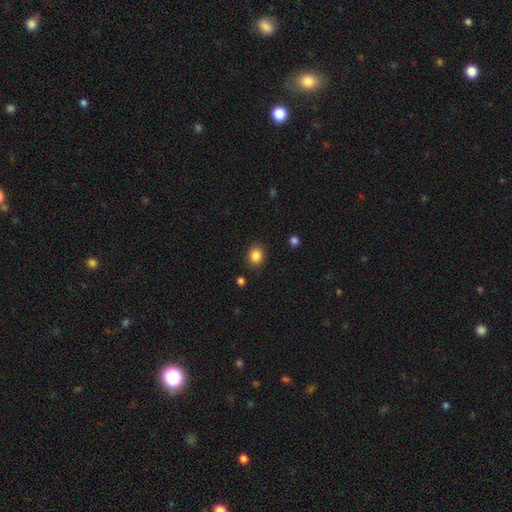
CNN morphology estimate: Smooth or featured?
  - smooth: 86% *
  - star or artifact: 10%
  - featured or disk: 4%
How rounded?
  - round: 68% *
  - in between: 31%
  - cigar-shaped: 1%
Merging?
  - none: 87% *
  - minor disturbance: 8%
  - major disturbance: 3%
  - merger: 2%